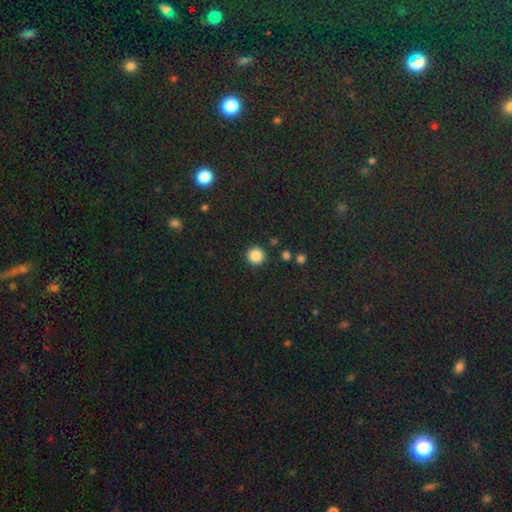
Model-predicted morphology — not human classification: smooth_or_featured: smooth (p=0.87) [alt: star or artifact p=0.10]
how_rounded: round (p=0.95) [alt: in between p=0.04]
merging: none (p=0.90) [alt: minor disturbance p=0.05]